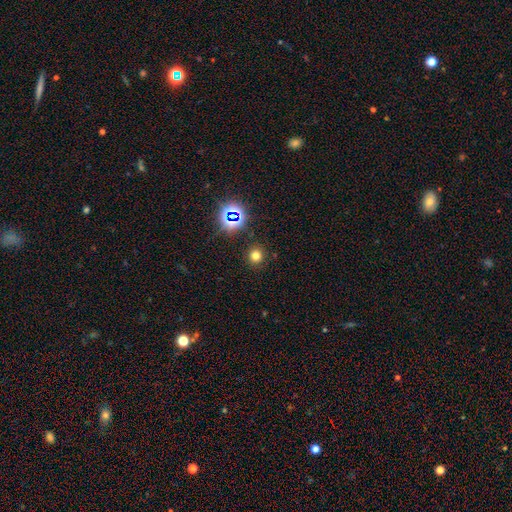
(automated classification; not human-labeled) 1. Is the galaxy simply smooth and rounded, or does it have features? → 71% smooth, 23% star or artifact, 6% featured or disk.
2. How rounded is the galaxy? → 89% round, 10% in between, 1% cigar-shaped.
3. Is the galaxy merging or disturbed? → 89% none, 6% minor disturbance, 3% major disturbance, 2% merger.